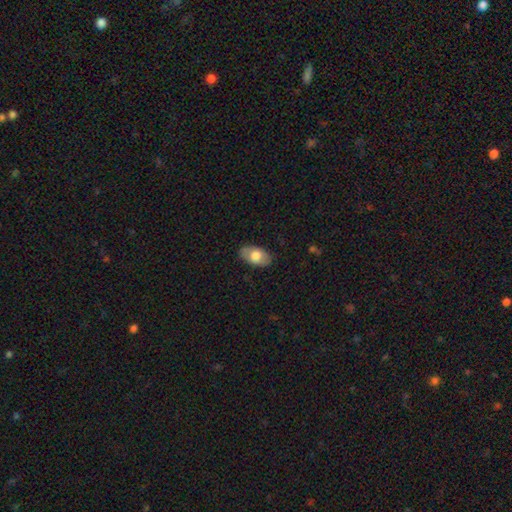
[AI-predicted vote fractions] Smooth or featured: smooth — 69% (featured or disk — 25%)
How rounded: in between — 93% (round — 5%)
Merging: none — 83% (minor disturbance — 13%)